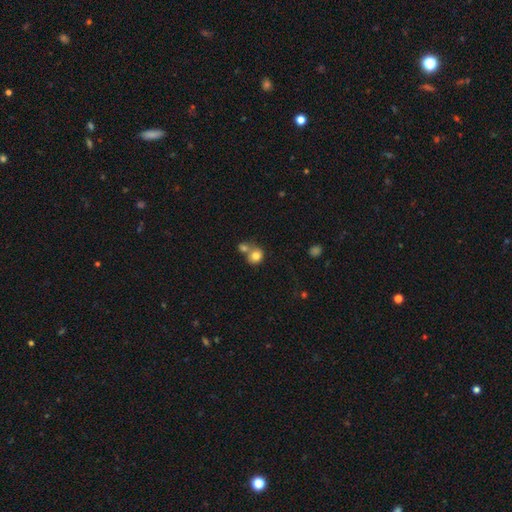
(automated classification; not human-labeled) smooth 80%, star or artifact 10%, featured or disk 10%. Down the decision tree: how rounded — round (77%); merging — merger (44%).